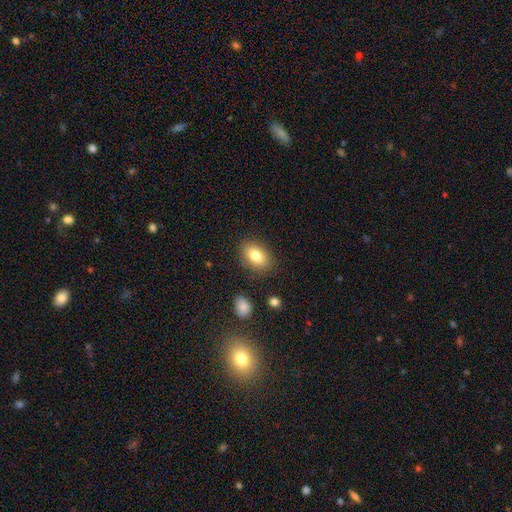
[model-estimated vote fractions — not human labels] This appears to be a smooth galaxy with no disk features (79%) that is in between round and cigar-shaped (84%). Merging: none (83%).